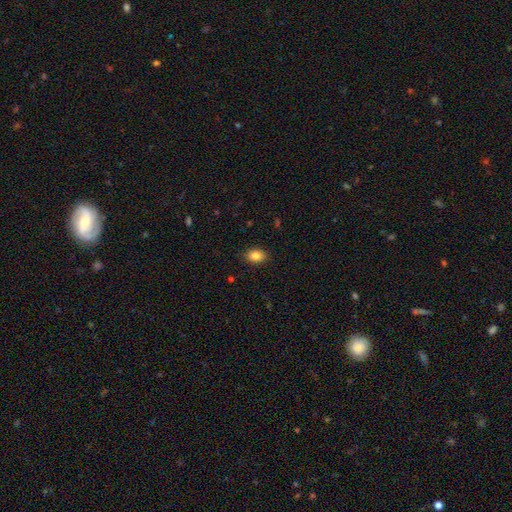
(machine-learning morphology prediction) type=smooth (85%); roundness=in between (78%); merging=none (88%).